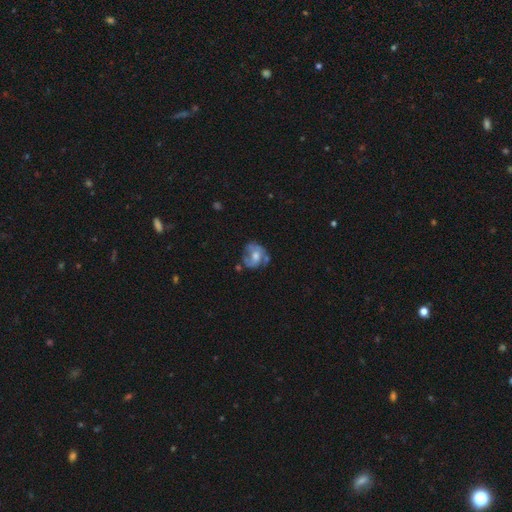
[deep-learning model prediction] smooth_or_featured: featured or disk (p=0.61) [alt: smooth p=0.30]
disk_edge_on: no (p=0.97) [alt: yes p=0.03]
bar: no (p=0.68) [alt: weak p=0.27]
has_spiral_arms: yes (p=0.67) [alt: no p=0.33]
bulge_size: moderate (p=0.64) [alt: small p=0.20]
merging: none (p=0.50) [alt: minor disturbance p=0.25]